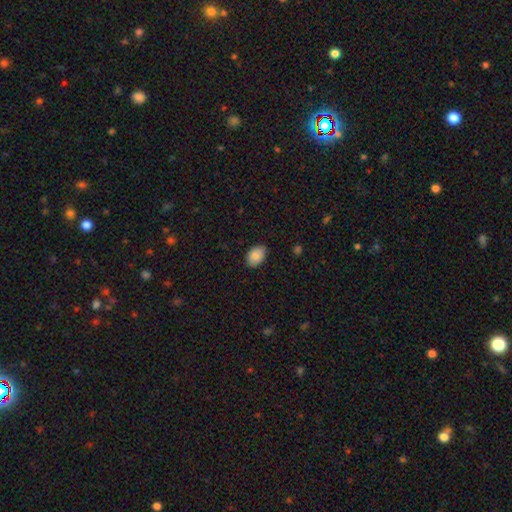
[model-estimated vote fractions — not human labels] A smooth galaxy with no disk features (85%) that is in between round and cigar-shaped (79%).

Vote fractions:
- Smooth or featured? smooth: 85% / featured or disk: 8% / star or artifact: 7%
- How rounded? in between: 79% / round: 20% / cigar-shaped: 1%
- Merging? none: 83% / minor disturbance: 14% / major disturbance: 2% / merger: 1%